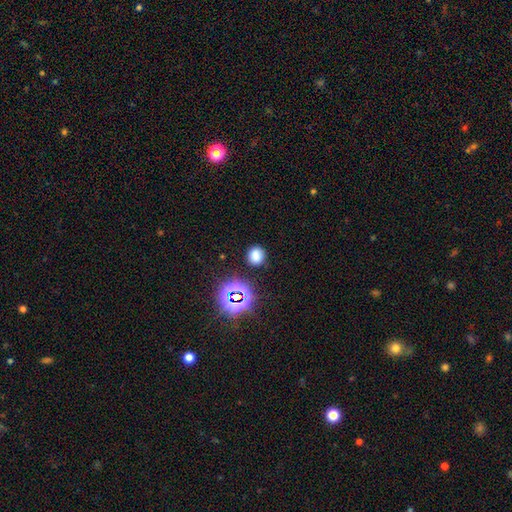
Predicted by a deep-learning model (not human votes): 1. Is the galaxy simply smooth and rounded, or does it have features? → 72% smooth, 21% star or artifact, 6% featured or disk.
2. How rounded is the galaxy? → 77% round, 22% in between, 1% cigar-shaped.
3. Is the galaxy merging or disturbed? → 84% none, 10% minor disturbance, 3% major disturbance, 2% merger.